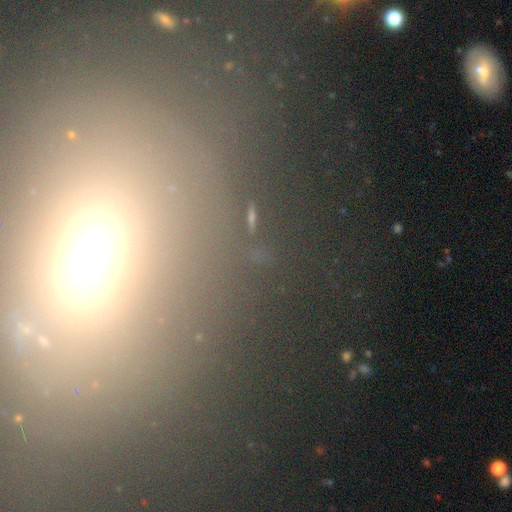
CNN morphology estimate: Smooth or featured?
  - star or artifact: 60% *
  - smooth: 27%
  - featured or disk: 13%